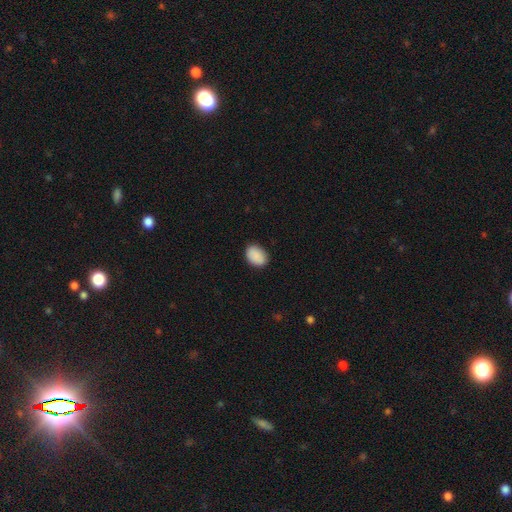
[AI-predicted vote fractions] smooth 90%, star or artifact 7%, featured or disk 3%. Down the decision tree: how rounded — in between (78%); merging — none (86%).